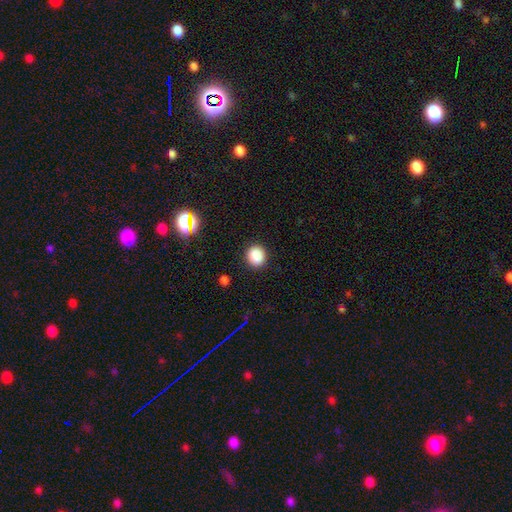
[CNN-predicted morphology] smooth-or-featured: smooth: 86% | star or artifact: 11% | featured or disk: 3%
  how-rounded: round: 85% | in between: 14% | cigar-shaped: 1%
  merging: none: 90% | minor disturbance: 6% | major disturbance: 2% | merger: 1%